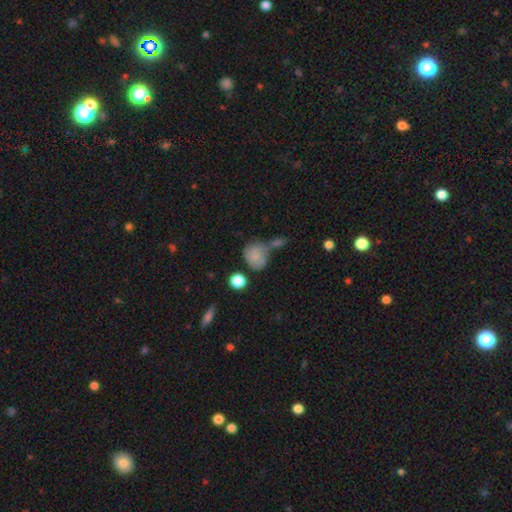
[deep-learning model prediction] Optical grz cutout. It shows a smooth galaxy with no disk features (80%) that is round (64%). Merging: none (39%).